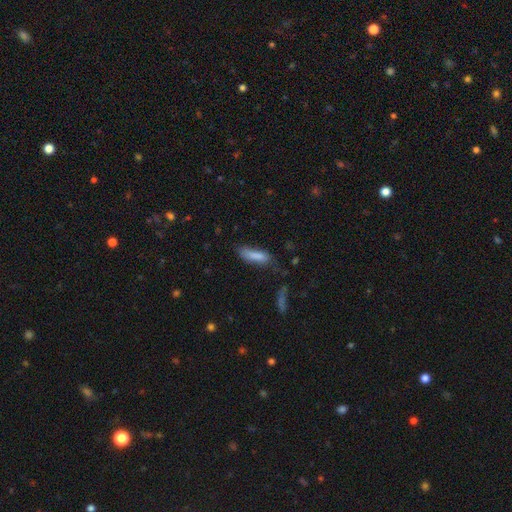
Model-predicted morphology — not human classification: Overall: smooth (81%). How rounded: cigar-shaped (53%; in between 46%). Merging: none (46%; minor disturbance 31%).